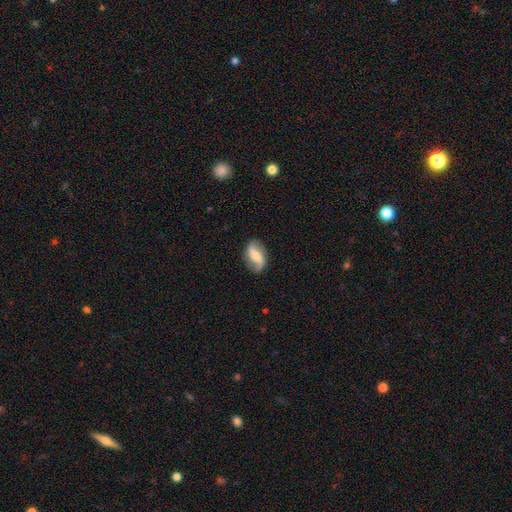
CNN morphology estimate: smooth_or_featured: featured or disk (p=0.74) [alt: smooth p=0.20]
disk_edge_on: no (p=0.95) [alt: yes p=0.05]
bar: weak (p=0.37) [alt: strong p=0.36]
has_spiral_arms: yes (p=0.92) [alt: no p=0.08]
spiral_winding: loose (p=0.77) [alt: medium p=0.17]
spiral_arm_count: 2 (p=0.91) [alt: 1 p=0.04]
bulge_size: moderate (p=0.43) [alt: small p=0.37]
merging: none (p=0.81) [alt: minor disturbance p=0.13]